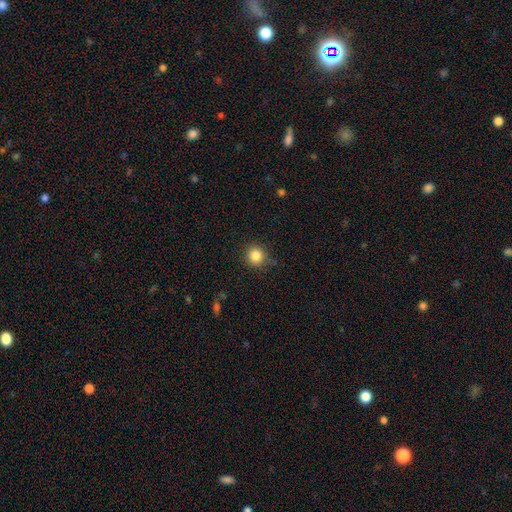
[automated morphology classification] smooth_or_featured: smooth (p=0.84) [alt: star or artifact p=0.11]
how_rounded: round (p=0.93) [alt: in between p=0.06]
merging: none (p=0.83) [alt: minor disturbance p=0.13]